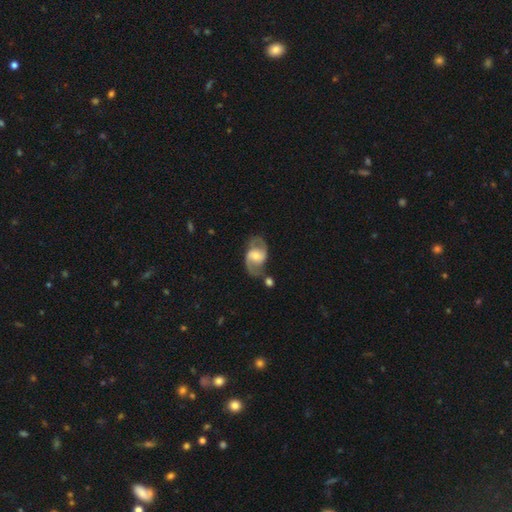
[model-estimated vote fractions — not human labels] A featured or disk galaxy (82%) with a weak bar (45%), 2 (91%) medium (52%) spiral arms (93%) and a moderate central bulge (54%). Merging: none (65%).